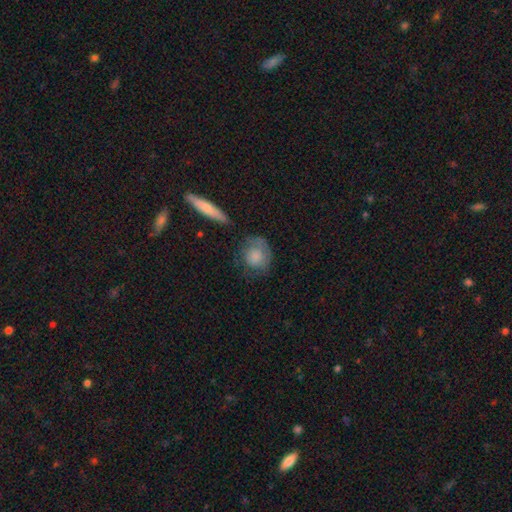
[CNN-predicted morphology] This is likely a smooth galaxy (71%). How rounded: likely round (78%). Merging: possibly none (53%).